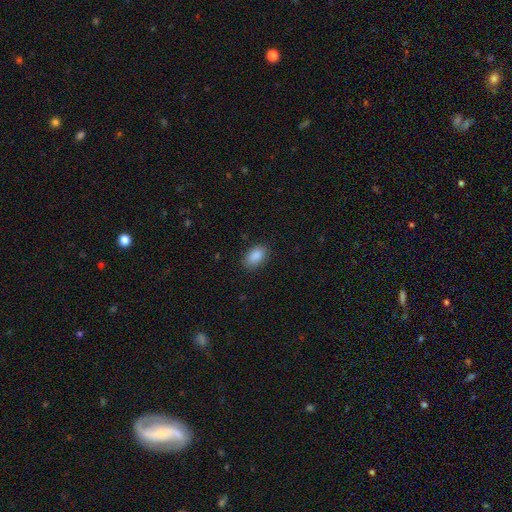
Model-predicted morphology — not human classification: A smooth galaxy with no disk features (89%) that is in between round and cigar-shaped (92%).

Vote fractions:
- Smooth or featured? smooth: 89% / star or artifact: 7% / featured or disk: 4%
- How rounded? in between: 92% / round: 6% / cigar-shaped: 2%
- Merging? none: 87% / minor disturbance: 10% / major disturbance: 3% / merger: 1%